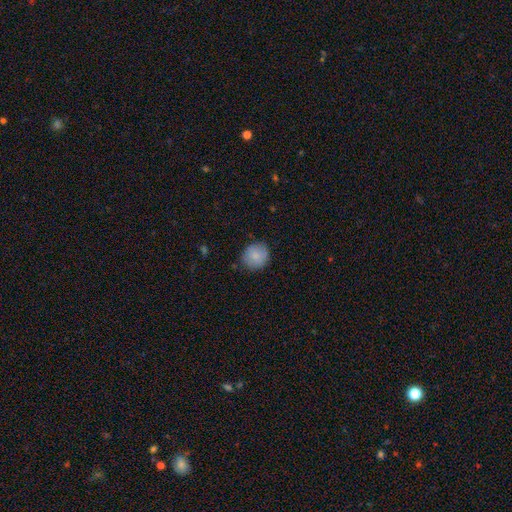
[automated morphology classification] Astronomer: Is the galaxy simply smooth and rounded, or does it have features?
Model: smooth — 86%.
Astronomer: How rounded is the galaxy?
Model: round — 86%.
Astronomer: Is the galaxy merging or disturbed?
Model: none — 83%.